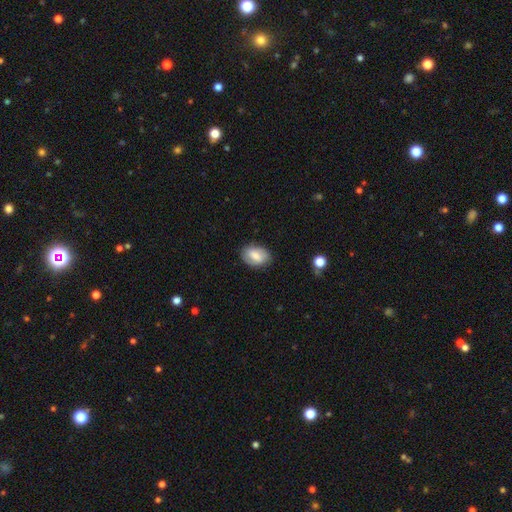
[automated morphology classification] This appears to be a smooth galaxy with no disk features (71%) that is in between round and cigar-shaped (86%). Merging: none (80%).